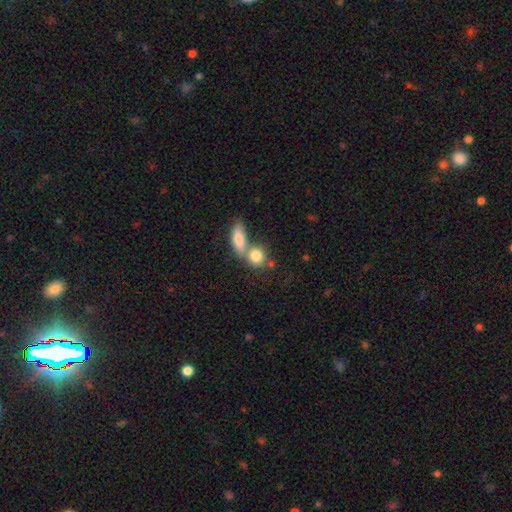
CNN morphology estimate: Overall: smooth (82%). How rounded: round (57%; in between 37%). Merging: merger (50%; none 37%).